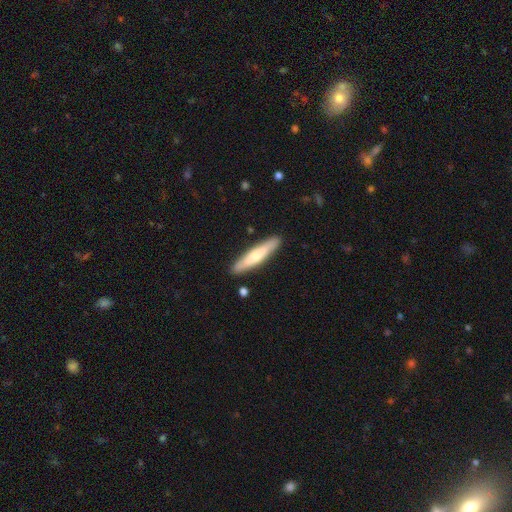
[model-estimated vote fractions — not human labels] smooth 56%, featured or disk 39%, star or artifact 5%. Down the decision tree: how rounded — cigar-shaped (86%); merging — none (88%).